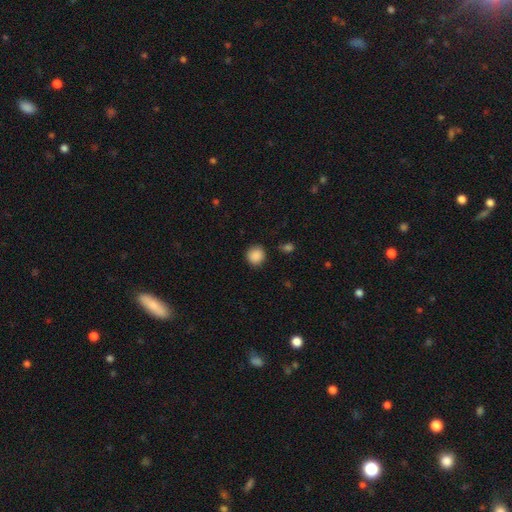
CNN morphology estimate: This is clearly a smooth galaxy (89%). How rounded: clearly round (91%). Merging: clearly none (88%).